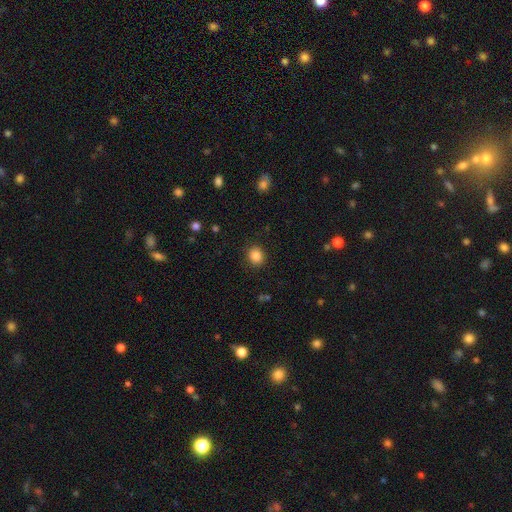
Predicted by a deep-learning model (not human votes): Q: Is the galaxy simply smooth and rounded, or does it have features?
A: smooth — 86%.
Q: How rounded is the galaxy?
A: round — 74%.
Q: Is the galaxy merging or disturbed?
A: none — 90%.